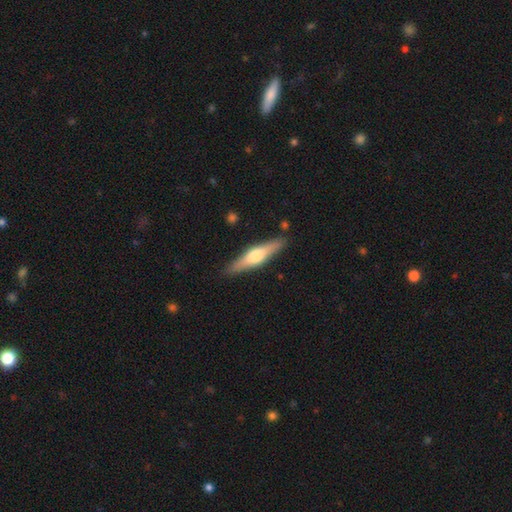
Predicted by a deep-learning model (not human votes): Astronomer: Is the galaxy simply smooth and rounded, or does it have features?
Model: featured or disk — 53% (runner-up: smooth, 42%).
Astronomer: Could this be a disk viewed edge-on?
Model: yes — 93%.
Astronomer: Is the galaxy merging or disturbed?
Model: none — 88%.